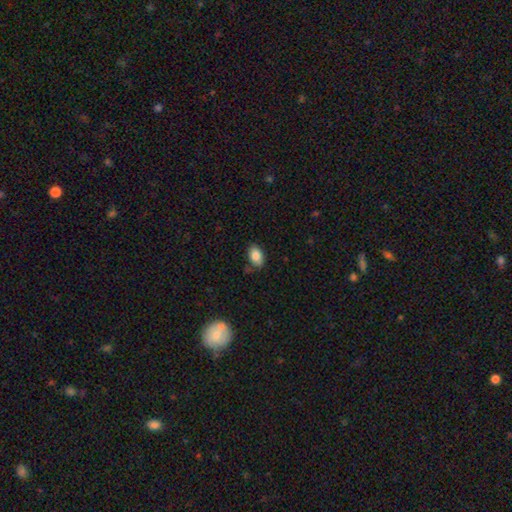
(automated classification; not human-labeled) Q: Smooth or featured?
A: smooth (86%); runner-up: star or artifact (8%)
Q: How rounded?
A: in between (89%); runner-up: round (10%)
Q: Merging?
A: none (77%); runner-up: minor disturbance (17%)